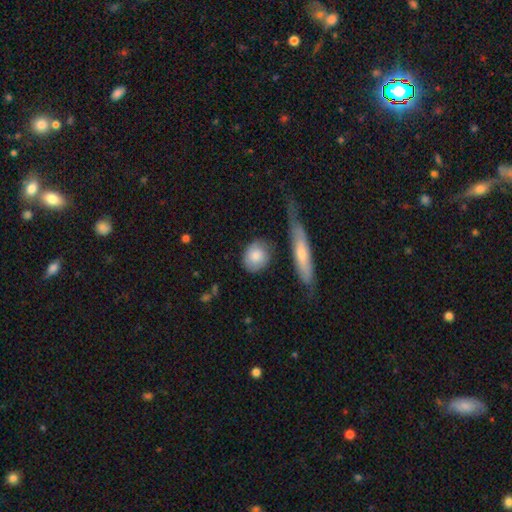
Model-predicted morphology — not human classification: smooth_or_featured: smooth (p=0.80) [alt: featured or disk p=0.15]
how_rounded: round (p=0.62) [alt: in between p=0.33]
merging: none (p=0.69) [alt: minor disturbance p=0.18]